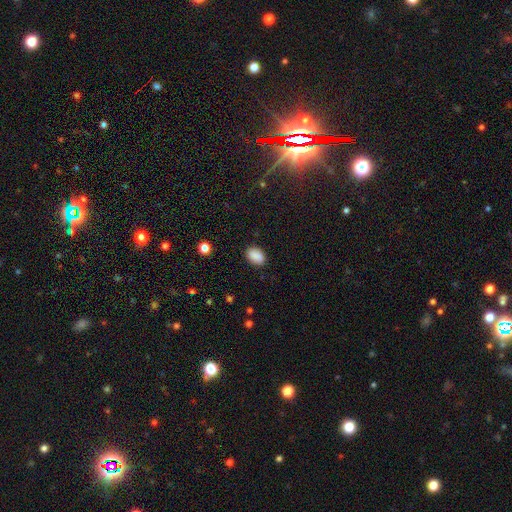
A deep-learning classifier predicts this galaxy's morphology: smooth-or-featured: smooth: 89% | star or artifact: 8% | featured or disk: 3%
  how-rounded: in between: 86% | round: 13% | cigar-shaped: 1%
  merging: none: 87% | minor disturbance: 10% | major disturbance: 2% | merger: 1%